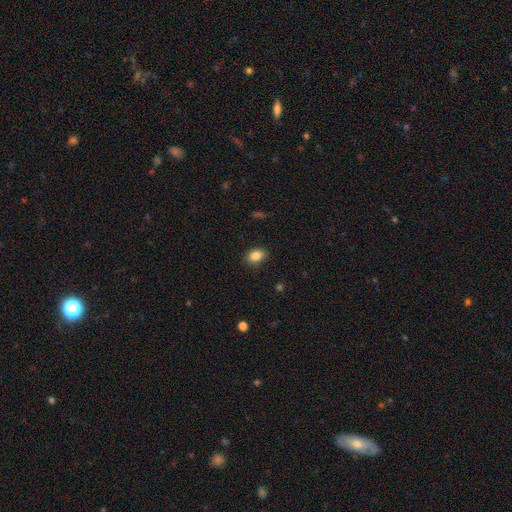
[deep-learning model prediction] Q: Smooth or featured?
A: smooth (86%); runner-up: star or artifact (9%)
Q: How rounded?
A: in between (80%); runner-up: round (19%)
Q: Merging?
A: none (86%); runner-up: minor disturbance (11%)